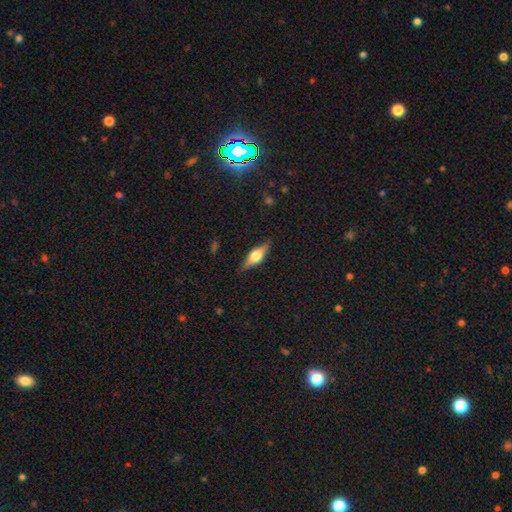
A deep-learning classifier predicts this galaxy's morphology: This is likely a featured or disk galaxy (63%). It is clearly viewed edge-on (95%). Edge-on bulge: clearly rounded (91%). Merging: clearly none (87%).